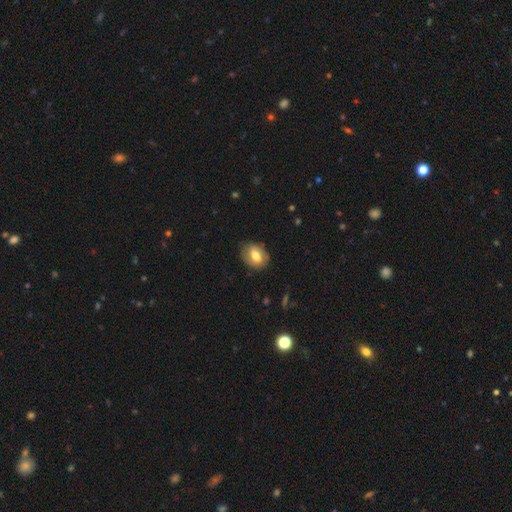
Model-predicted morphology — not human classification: smooth-or-featured: smooth: 61% | featured or disk: 31% | star or artifact: 7%
  how-rounded: in between: 68% | round: 30% | cigar-shaped: 1%
  merging: none: 79% | minor disturbance: 16% | major disturbance: 4% | merger: 1%